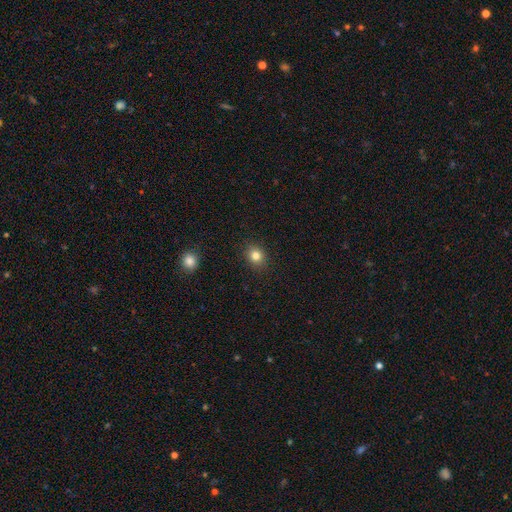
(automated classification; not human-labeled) smooth_or_featured: smooth (p=0.82) [alt: star or artifact p=0.12]
how_rounded: round (p=0.71) [alt: in between p=0.29]
merging: none (p=0.90) [alt: minor disturbance p=0.07]